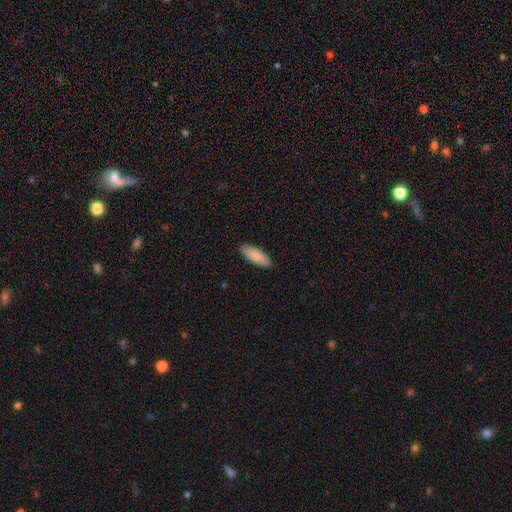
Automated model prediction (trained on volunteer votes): smooth-or-featured: smooth: 87% | featured or disk: 8% | star or artifact: 5%
  how-rounded: in between: 71% | cigar-shaped: 27% | round: 1%
  merging: none: 89% | minor disturbance: 8% | major disturbance: 2% | merger: 1%